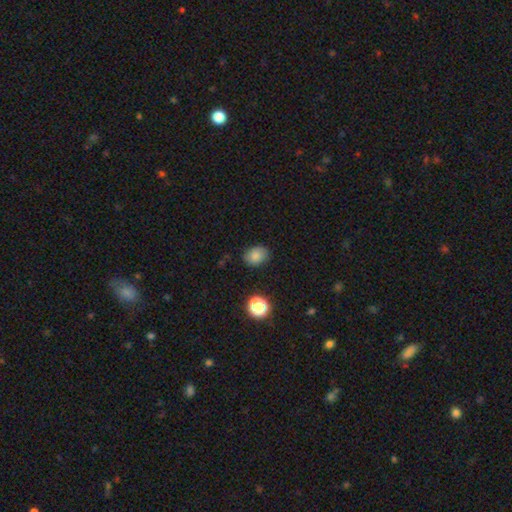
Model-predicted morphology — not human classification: type=smooth (82%); roundness=in between (62%); merging=none (81%).